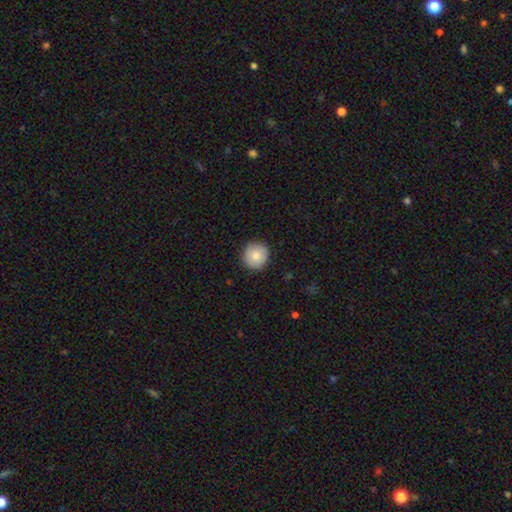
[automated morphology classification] Q: Smooth or featured?
A: smooth (81%); runner-up: featured or disk (12%)
Q: How rounded?
A: round (93%); runner-up: in between (6%)
Q: Merging?
A: none (90%); runner-up: minor disturbance (8%)